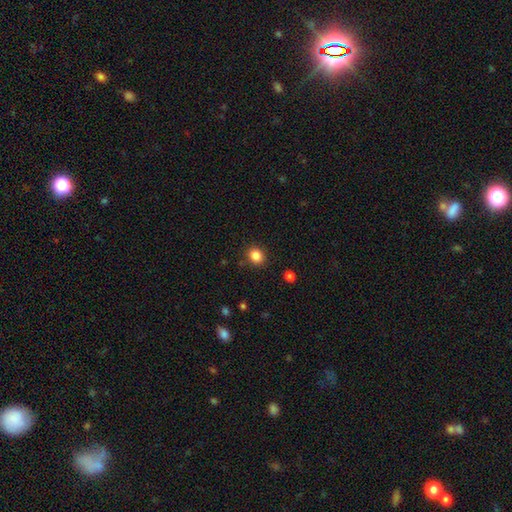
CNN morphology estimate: smooth 85%, star or artifact 11%, featured or disk 4%. Down the decision tree: how rounded — round (71%); merging — none (88%).